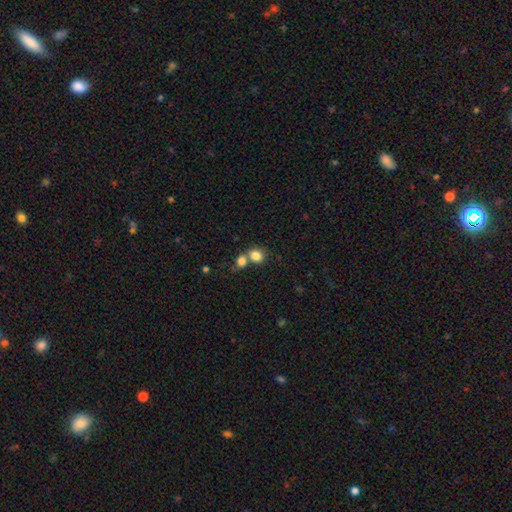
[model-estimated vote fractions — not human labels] A smooth galaxy with no disk features (83%) that is round (69%).

Vote fractions:
- Smooth or featured? smooth: 83% / star or artifact: 10% / featured or disk: 7%
- How rounded? round: 69% / in between: 30% / cigar-shaped: 1%
- Merging? merger: 47% / none: 42% / minor disturbance: 8% / major disturbance: 3%